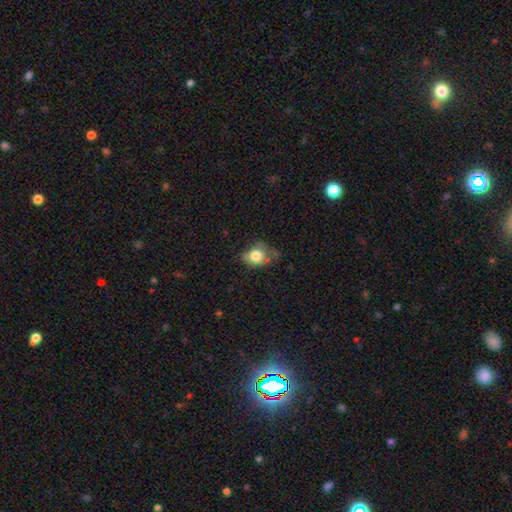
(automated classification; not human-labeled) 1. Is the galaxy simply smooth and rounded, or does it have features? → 76% smooth, 14% featured or disk, 9% star or artifact.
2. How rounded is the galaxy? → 53% round, 46% in between, 1% cigar-shaped.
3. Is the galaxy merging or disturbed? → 45% none, 34% minor disturbance, 15% major disturbance, 5% merger.